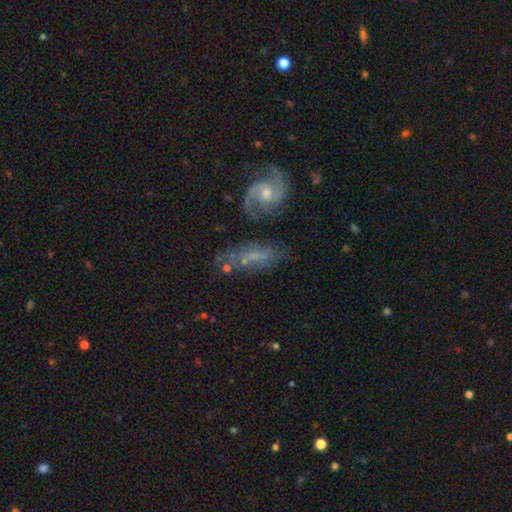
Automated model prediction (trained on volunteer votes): Morphology: type=featured or disk (55%); edge-on=no (88%); merging=none (50%).